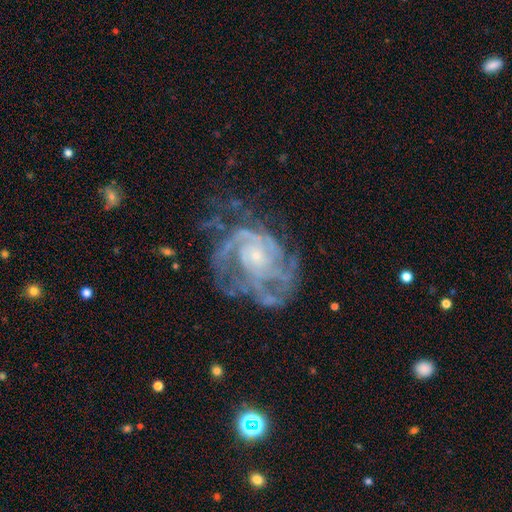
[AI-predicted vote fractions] Smooth or featured?
  - featured or disk: 88% *
  - star or artifact: 7%
  - smooth: 5%
Edge-on disk?
  - no: 98% *
  - yes: 2%
Bar?
  - no: 76% *
  - weak: 19%
  - strong: 5%
Spiral arms?
  - yes: 96% *
  - no: 4%
Spiral winding?
  - tight: 63% *
  - medium: 30%
  - loose: 7%
Spiral arm count?
  - can't tell: 28% *
  - 3: 22%
  - 2: 19%
  - 4: 16%
  - more than 4: 9%
  - 1: 7%
Bulge size?
  - small: 79% *
  - moderate: 16%
  - none: 3%
  - large: 1%
  - dominant: 1%
Merging?
  - none: 55% *
  - minor disturbance: 23%
  - major disturbance: 20%
  - merger: 2%